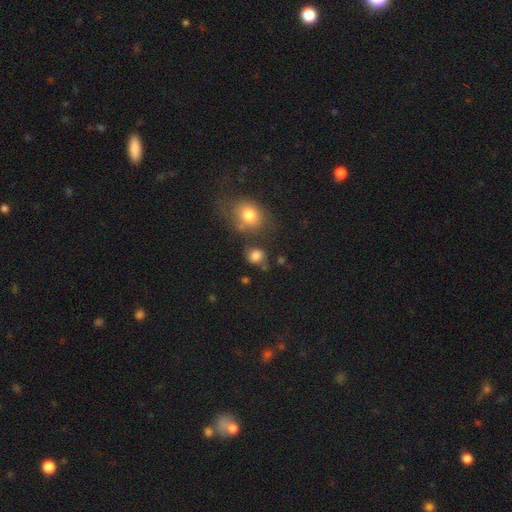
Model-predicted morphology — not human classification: A smooth galaxy with no disk features (77%) that is round (73%).

Vote fractions:
- Smooth or featured? smooth: 77% / star or artifact: 12% / featured or disk: 11%
- How rounded? round: 73% / in between: 26% / cigar-shaped: 1%
- Merging? none: 60% / minor disturbance: 17% / merger: 15% / major disturbance: 8%